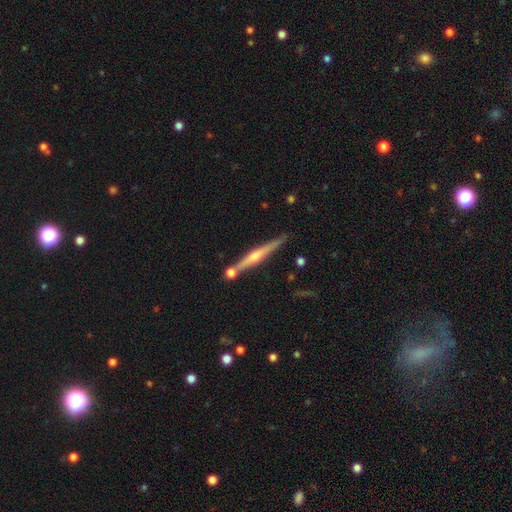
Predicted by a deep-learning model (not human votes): Overall: featured or disk (76%). Edge-on disk: yes (98%). Edge-on bulge: rounded (81%). Merging: none (81%).